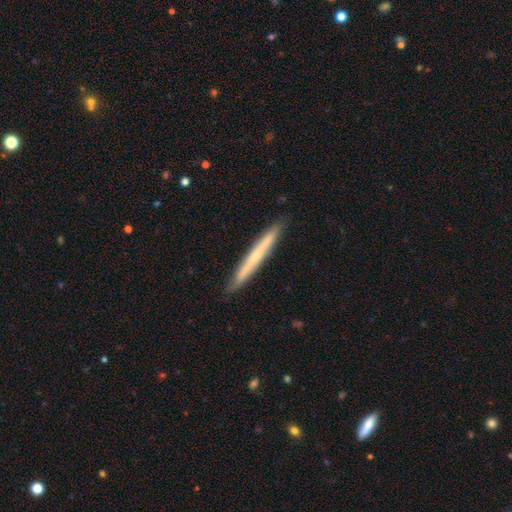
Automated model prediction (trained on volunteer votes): smooth_or_featured: featured or disk (p=0.47) [tied with: smooth p=0.47]
merging: none (p=0.91) [alt: minor disturbance p=0.07]